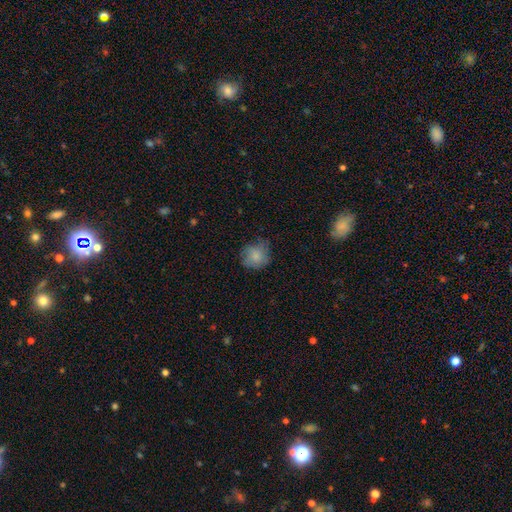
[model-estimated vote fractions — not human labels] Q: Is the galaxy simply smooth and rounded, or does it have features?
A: smooth — 81%.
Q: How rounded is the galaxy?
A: round — 81%.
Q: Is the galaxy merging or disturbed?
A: none — 65%.